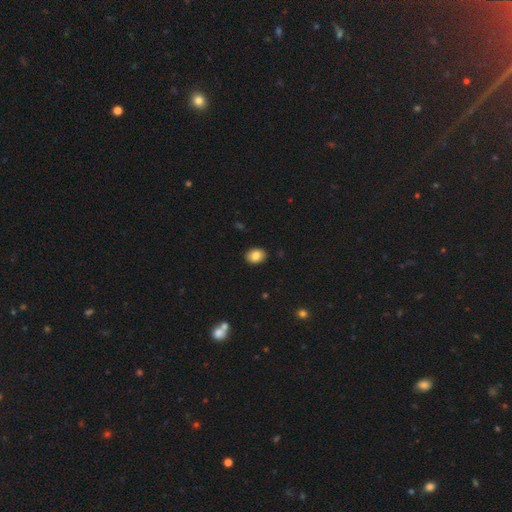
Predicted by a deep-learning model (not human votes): Smooth or featured? smooth (84%)
How rounded? in between (67%)
Merging? none (90%)